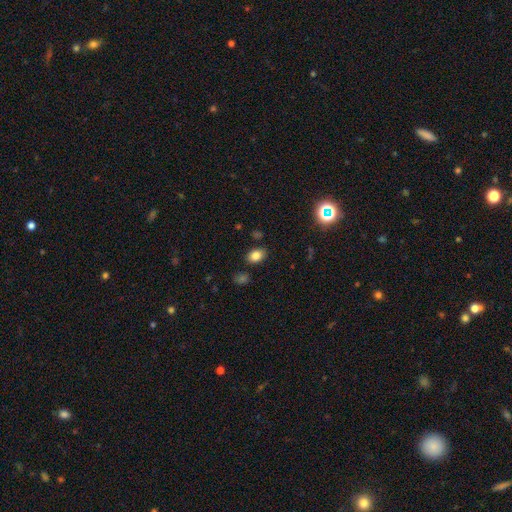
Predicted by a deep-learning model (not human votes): Smooth or featured?
  - smooth: 83% *
  - star or artifact: 11%
  - featured or disk: 6%
How rounded?
  - in between: 79% *
  - round: 20%
  - cigar-shaped: 1%
Merging?
  - none: 85% *
  - minor disturbance: 10%
  - merger: 3%
  - major disturbance: 3%